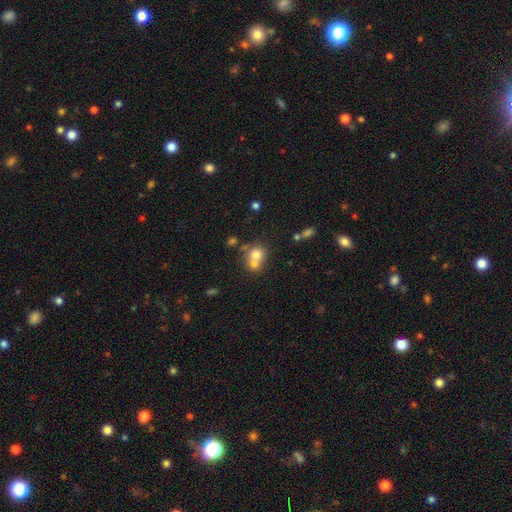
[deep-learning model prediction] Smooth or featured? smooth (70%)
How rounded? round (75%)
Merging? merger (57%)